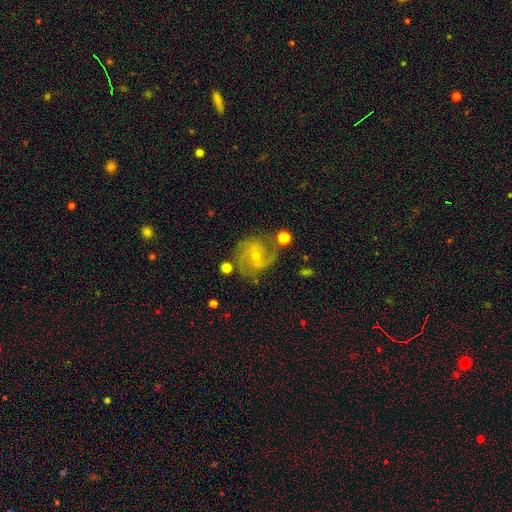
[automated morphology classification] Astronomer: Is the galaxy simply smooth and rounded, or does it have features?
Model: featured or disk — 78%.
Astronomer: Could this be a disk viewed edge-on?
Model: no — 97%.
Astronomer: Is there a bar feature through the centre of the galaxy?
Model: weak — 48% (runner-up: no, 31%).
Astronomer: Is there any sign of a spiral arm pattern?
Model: yes — 93%.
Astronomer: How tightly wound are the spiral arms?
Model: medium — 51% (runner-up: loose, 27%).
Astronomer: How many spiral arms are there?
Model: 2 — 73%.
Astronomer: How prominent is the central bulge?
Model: small — 61% (runner-up: moderate, 36%).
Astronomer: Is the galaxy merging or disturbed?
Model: none — 68%.